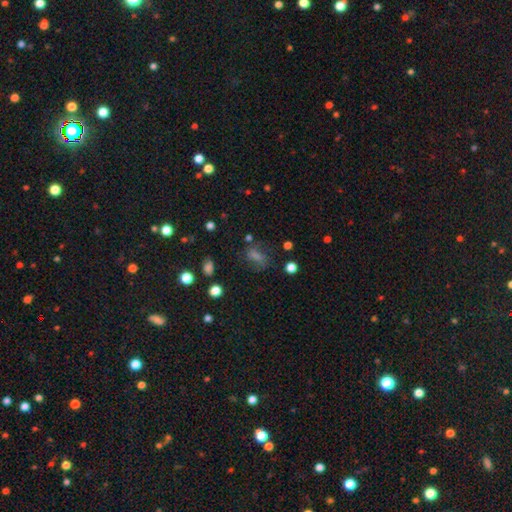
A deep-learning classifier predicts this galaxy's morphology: A smooth galaxy with no disk features (45%).

Vote fractions:
- Smooth or featured? smooth: 45% / star or artifact: 34% / featured or disk: 21%
- Merging? none: 68% / minor disturbance: 18% / major disturbance: 10% / merger: 4%